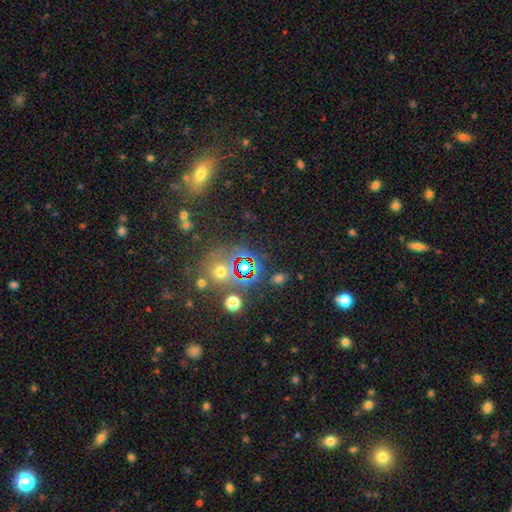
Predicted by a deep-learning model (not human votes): This appears to be a star or artifact, not a galaxy (59%).